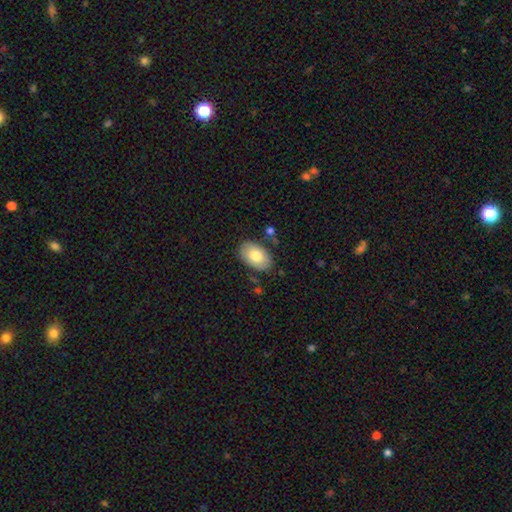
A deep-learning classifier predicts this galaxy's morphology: Smooth or featured?
  - smooth: 74% *
  - featured or disk: 20%
  - star or artifact: 6%
How rounded?
  - in between: 91% *
  - round: 8%
  - cigar-shaped: 1%
Merging?
  - none: 80% *
  - minor disturbance: 14%
  - major disturbance: 3%
  - merger: 3%